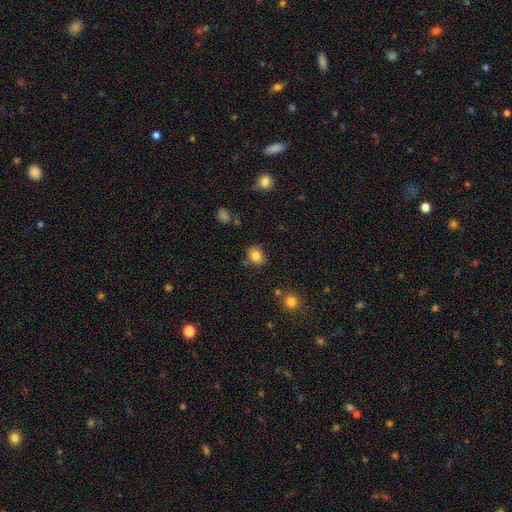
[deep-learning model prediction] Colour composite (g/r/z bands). It shows a smooth galaxy with no disk features (83%) that is round (62%). Merging: none (78%).